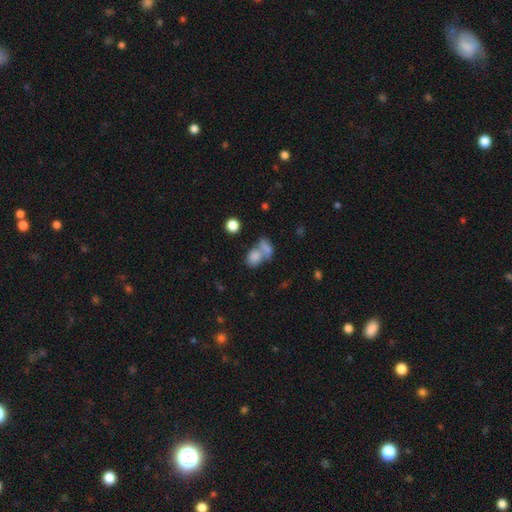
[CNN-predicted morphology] A smooth galaxy with no disk features (80%) that is in between round and cigar-shaped (72%). Merging: merger (57%).